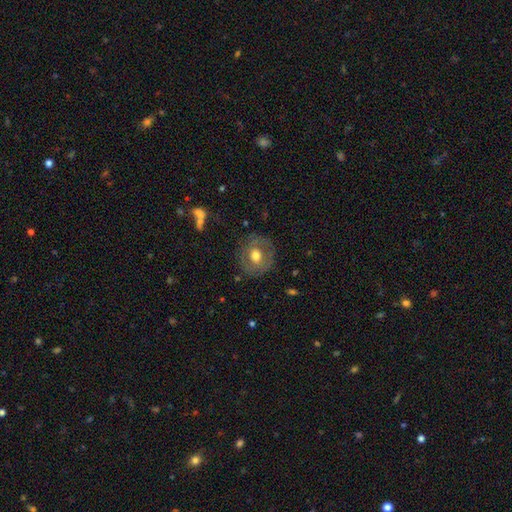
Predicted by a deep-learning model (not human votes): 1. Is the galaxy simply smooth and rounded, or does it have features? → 53% smooth, 39% featured or disk, 8% star or artifact.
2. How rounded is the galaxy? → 83% round, 16% in between, 1% cigar-shaped.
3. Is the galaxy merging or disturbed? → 78% none, 15% minor disturbance, 6% major disturbance, 2% merger.